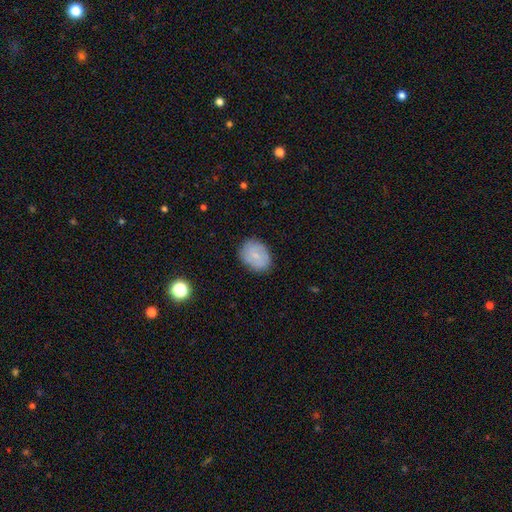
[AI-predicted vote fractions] Q: Smooth or featured?
A: smooth (61%); runner-up: featured or disk (30%)
Q: How rounded?
A: in between (65%); runner-up: round (34%)
Q: Merging?
A: none (79%); runner-up: minor disturbance (16%)